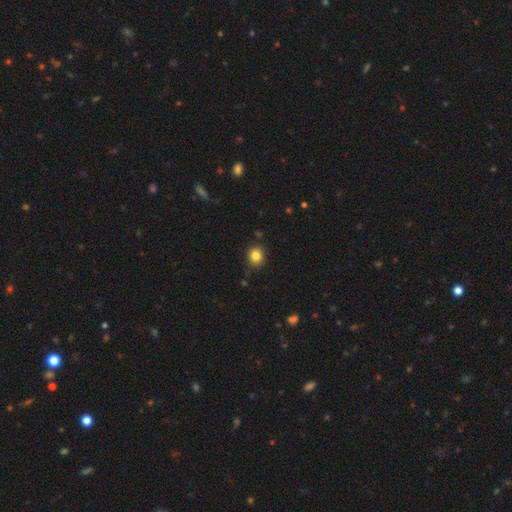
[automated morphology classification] This is clearly a smooth galaxy (83%). How rounded: likely round (79%). Merging: clearly none (87%).